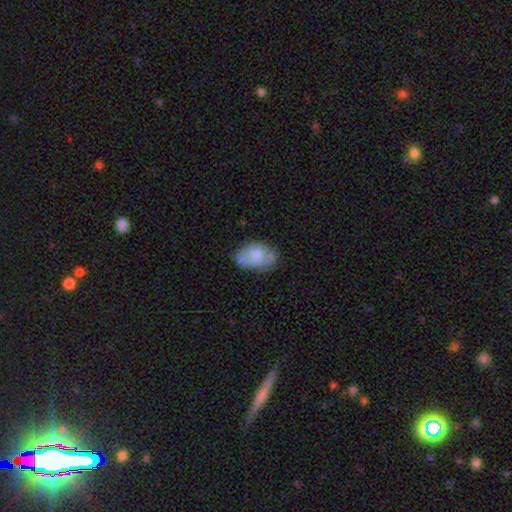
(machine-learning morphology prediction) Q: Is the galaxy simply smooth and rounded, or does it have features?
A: smooth — 57%.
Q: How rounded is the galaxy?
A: in between — 88%.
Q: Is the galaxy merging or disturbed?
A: none — 58%.